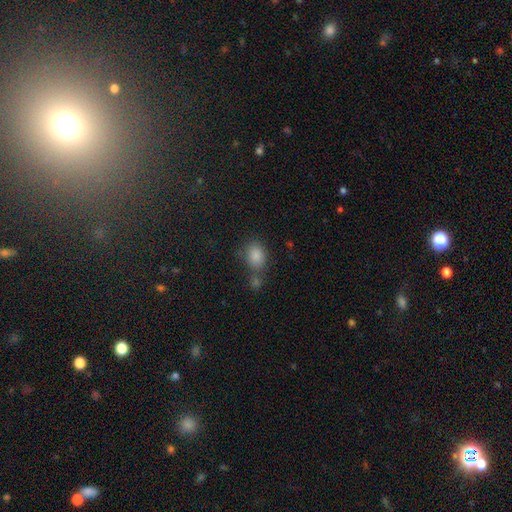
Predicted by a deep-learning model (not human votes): This is clearly a smooth galaxy (85%). How rounded: likely in between (65%). Merging: possibly none (54%).